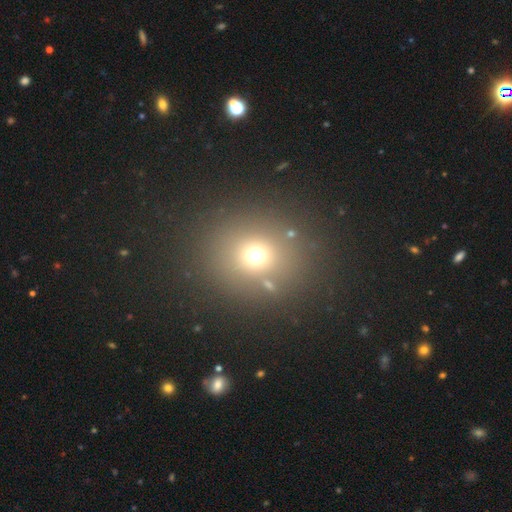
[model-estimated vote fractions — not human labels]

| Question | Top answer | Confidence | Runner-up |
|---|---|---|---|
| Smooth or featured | smooth | 66% | star or artifact (23%) |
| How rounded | round | 82% | in between (17%) |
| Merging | none | 80% | minor disturbance (9%) |